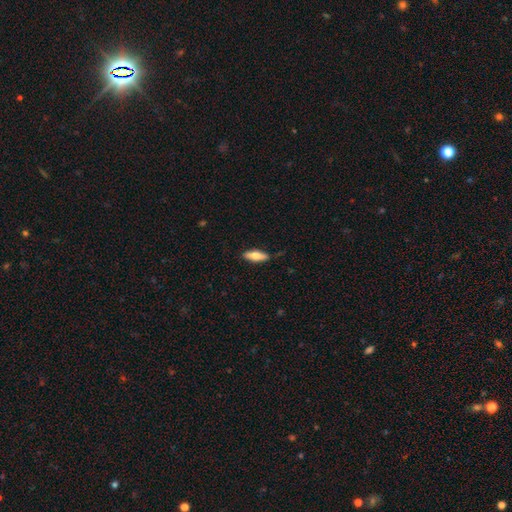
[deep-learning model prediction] This appears to be a smooth galaxy with no disk features (67%) that is in between round and cigar-shaped (58%). Merging: none (86%).